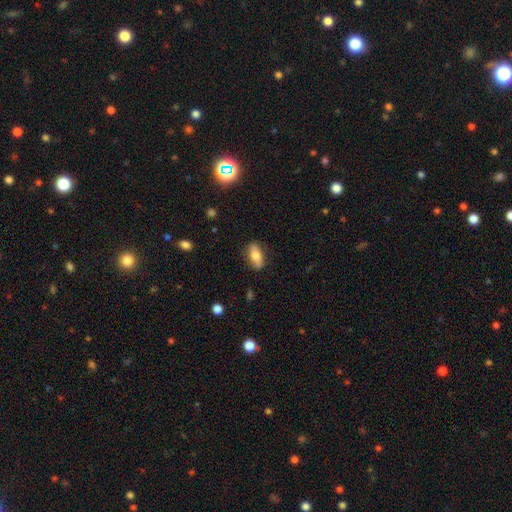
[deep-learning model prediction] Smooth or featured?
  - smooth: 68% *
  - featured or disk: 25%
  - star or artifact: 7%
How rounded?
  - in between: 78% *
  - cigar-shaped: 18%
  - round: 4%
Merging?
  - none: 84% *
  - minor disturbance: 12%
  - major disturbance: 3%
  - merger: 1%